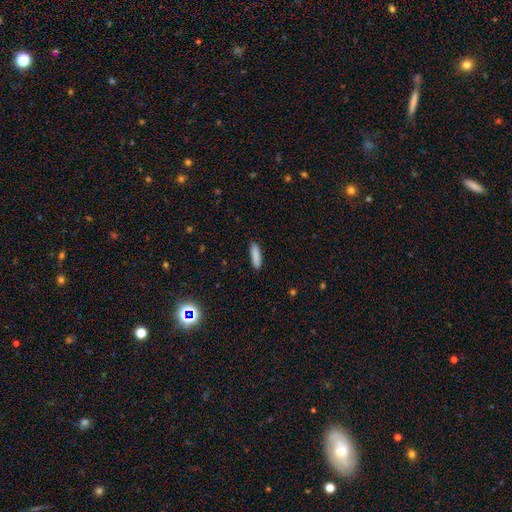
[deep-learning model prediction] Smooth or featured?
  - smooth: 87% *
  - star or artifact: 7%
  - featured or disk: 6%
How rounded?
  - cigar-shaped: 71% *
  - in between: 28%
  - round: 1%
Merging?
  - none: 88% *
  - minor disturbance: 9%
  - major disturbance: 2%
  - merger: 1%